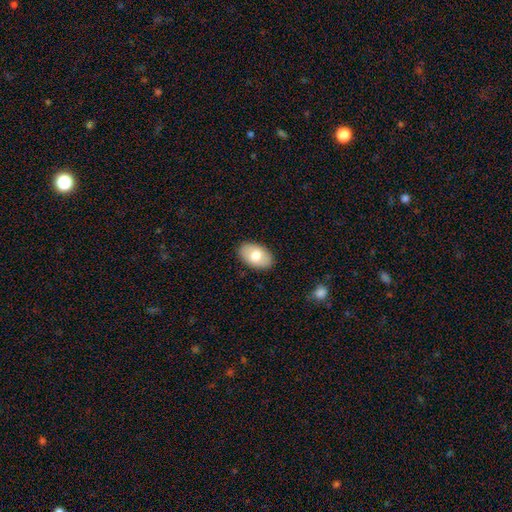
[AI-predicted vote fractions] A smooth galaxy with no disk features (76%) that is in between round and cigar-shaped (93%).

Vote fractions:
- Smooth or featured? smooth: 76% / featured or disk: 18% / star or artifact: 6%
- How rounded? in between: 93% / round: 6% / cigar-shaped: 1%
- Merging? none: 88% / minor disturbance: 9% / major disturbance: 2% / merger: 1%